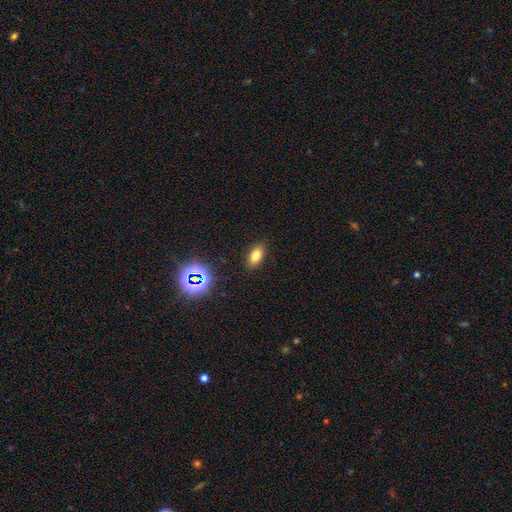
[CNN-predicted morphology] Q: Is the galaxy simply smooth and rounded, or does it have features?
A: smooth — 75%.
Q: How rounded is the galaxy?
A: in between — 86%.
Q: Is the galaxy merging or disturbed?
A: none — 88%.